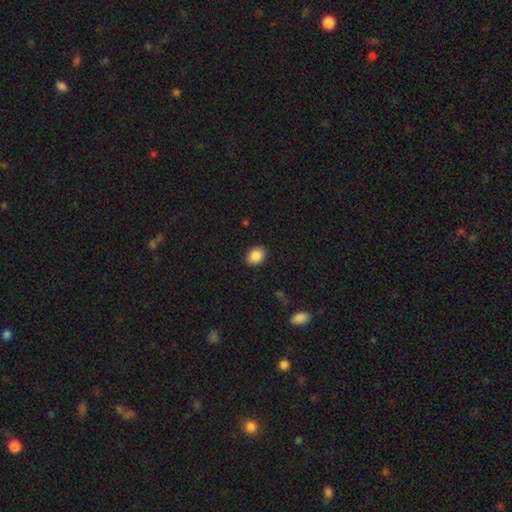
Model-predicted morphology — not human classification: Smooth or featured? smooth (87%)
How rounded? in between (54%)
Merging? none (90%)